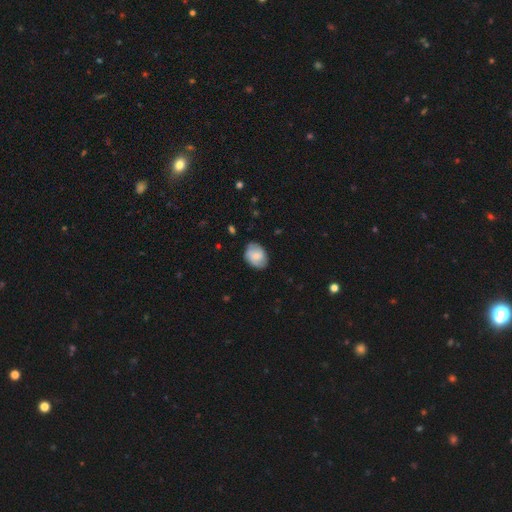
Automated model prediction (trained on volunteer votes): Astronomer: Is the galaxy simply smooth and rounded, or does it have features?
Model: smooth — 65%.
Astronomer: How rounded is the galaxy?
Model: in between — 62% (runner-up: round, 37%).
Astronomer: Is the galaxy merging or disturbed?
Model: none — 76%.